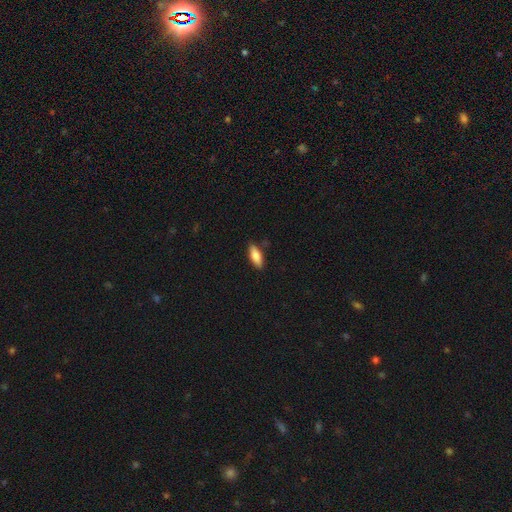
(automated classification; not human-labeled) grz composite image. It shows a smooth galaxy with no disk features (81%) that is in between round and cigar-shaped (68%). Merging: none (83%).